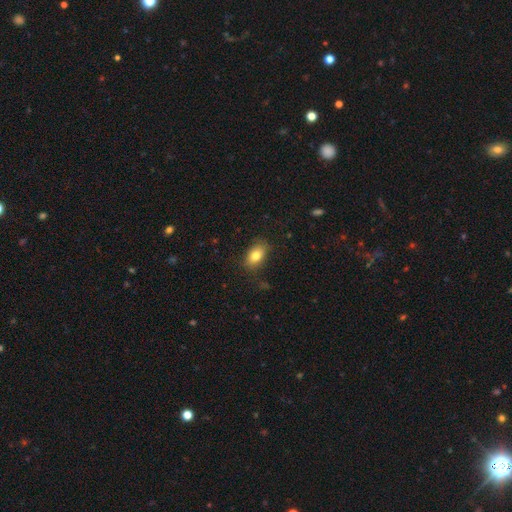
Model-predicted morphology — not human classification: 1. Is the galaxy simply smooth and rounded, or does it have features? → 80% smooth, 11% featured or disk, 9% star or artifact.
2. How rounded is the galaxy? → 85% in between, 12% round, 2% cigar-shaped.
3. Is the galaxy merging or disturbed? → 82% none, 14% minor disturbance, 3% major disturbance, 1% merger.